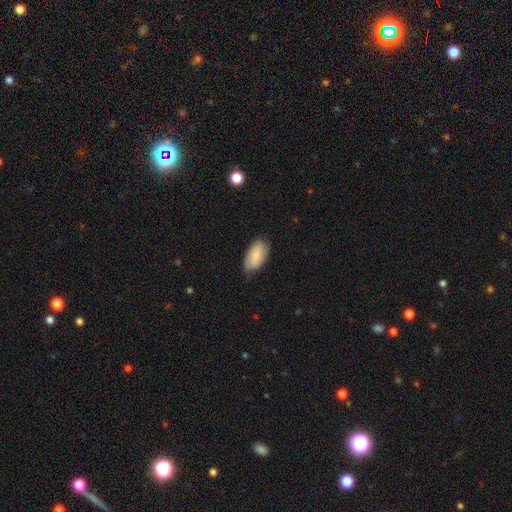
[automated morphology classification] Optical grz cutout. It shows a smooth galaxy with no disk features (77%) that is in between round and cigar-shaped (94%). Merging: none (73%).